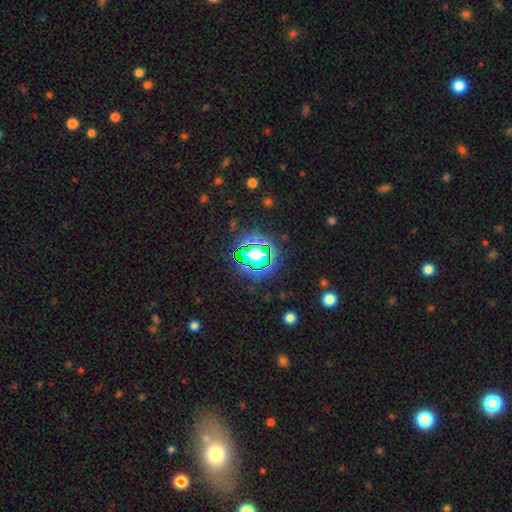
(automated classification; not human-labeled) smooth_or_featured: star or artifact (p=0.64) [alt: smooth p=0.24]